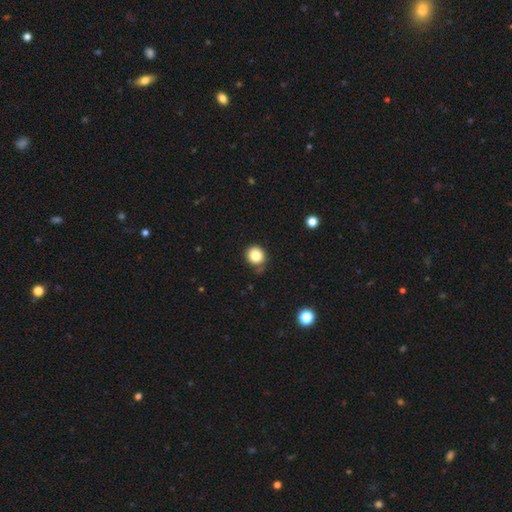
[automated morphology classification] This appears to be a smooth galaxy with no disk features (82%) that is round (88%). Merging: none (77%).